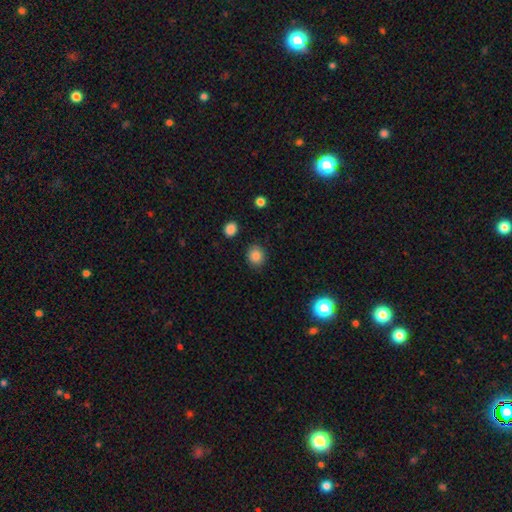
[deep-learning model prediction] The model was most divided on "how rounded": round: 78%, in between: 21%, cigar-shaped: 1%. More confident: merging — none (87%); smooth or featured — smooth (85%).